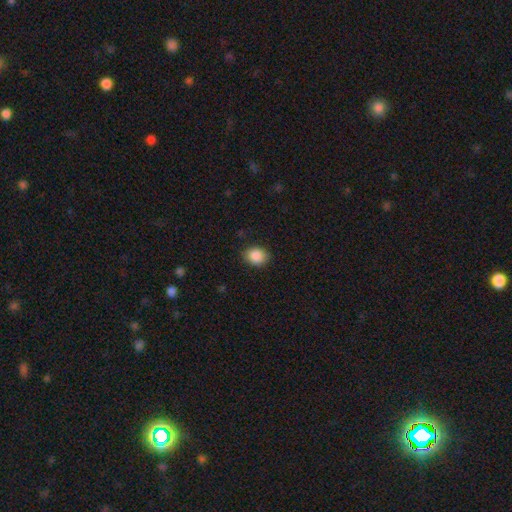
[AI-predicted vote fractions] Smooth or featured?
  - smooth: 88% *
  - star or artifact: 8%
  - featured or disk: 4%
How rounded?
  - round: 55% *
  - in between: 45%
  - cigar-shaped: 1%
Merging?
  - none: 85% *
  - minor disturbance: 11%
  - major disturbance: 3%
  - merger: 1%